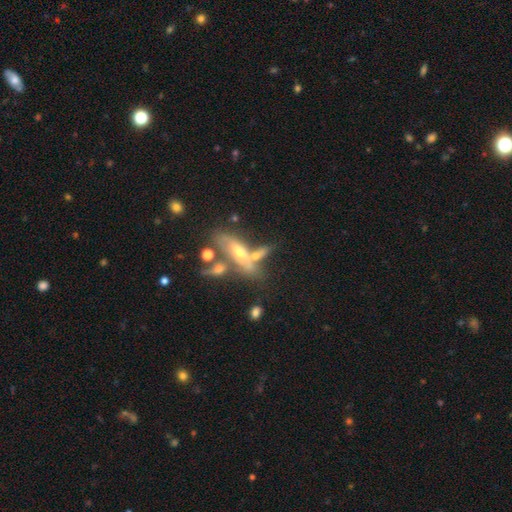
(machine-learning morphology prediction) A featured or disk galaxy (49%).

Vote fractions:
- Smooth or featured? featured or disk: 49% / smooth: 42% / star or artifact: 10%
- Merging? merger: 39% / none: 34% / minor disturbance: 15% / major disturbance: 11%